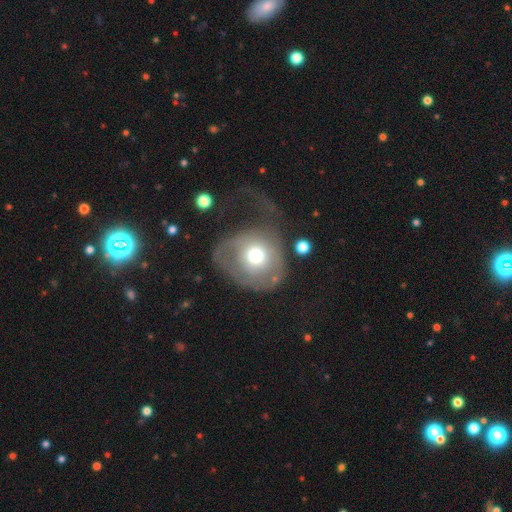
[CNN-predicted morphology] Smooth or featured: smooth — 52% (featured or disk — 39%)
How rounded: round — 76% (in between — 23%)
Merging: major disturbance — 49% (none — 27%)